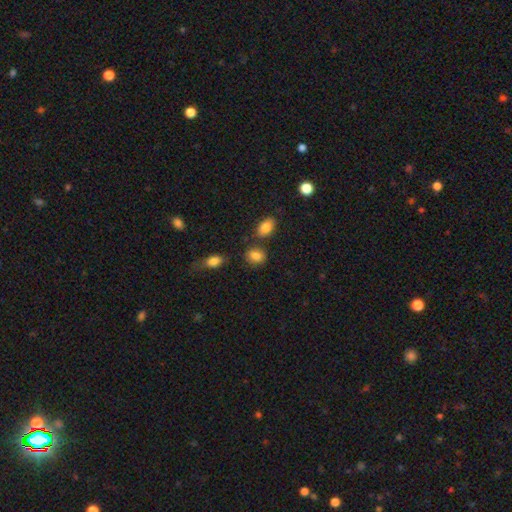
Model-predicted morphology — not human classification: Overall: smooth (85%). How rounded: in between (52%; round 46%). Merging: none (74%).